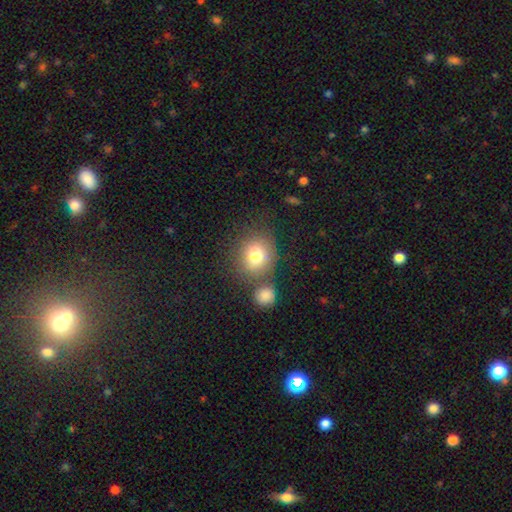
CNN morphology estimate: Q: Smooth or featured?
A: smooth (80%); runner-up: featured or disk (11%)
Q: How rounded?
A: round (69%); runner-up: in between (30%)
Q: Merging?
A: none (58%); runner-up: merger (23%)